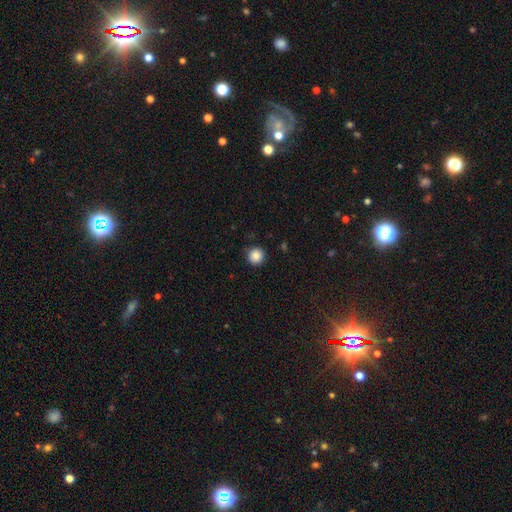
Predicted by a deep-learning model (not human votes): smooth 86%, star or artifact 10%, featured or disk 4%. Down the decision tree: how rounded — round (95%); merging — none (89%).